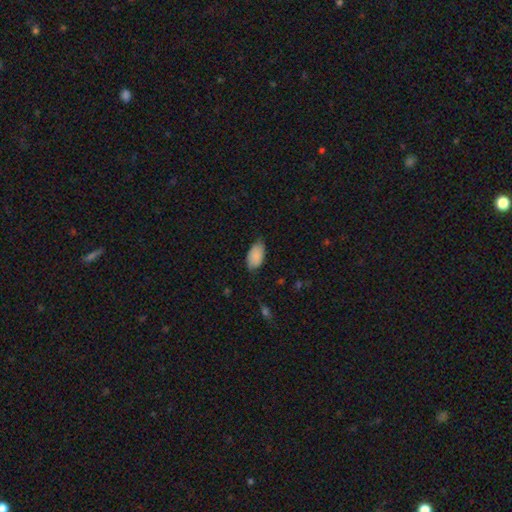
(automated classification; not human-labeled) The model was most divided on "merging": none: 69%, minor disturbance: 26%, major disturbance: 4%, merger: 1%. More confident: how rounded — in between (95%); smooth or featured — smooth (88%).